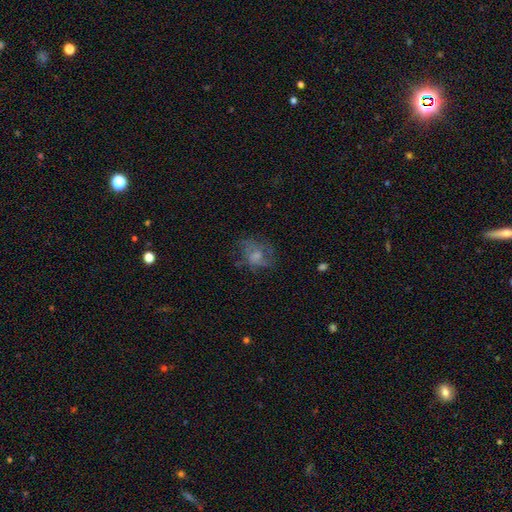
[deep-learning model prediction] Smooth or featured: smooth — 45% (featured or disk — 43%)
Merging: none — 48% (major disturbance — 26%)